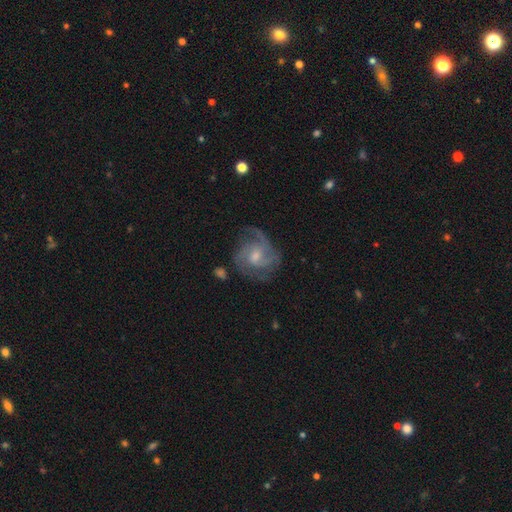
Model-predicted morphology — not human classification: Smooth or featured?
  - featured or disk: 84% *
  - smooth: 10%
  - star or artifact: 7%
Edge-on disk?
  - no: 98% *
  - yes: 2%
Bar?
  - no: 53% *
  - weak: 41%
  - strong: 6%
Spiral arms?
  - yes: 95% *
  - no: 5%
Spiral winding?
  - medium: 46% *
  - tight: 42%
  - loose: 12%
Spiral arm count?
  - 3: 42% *
  - 2: 21%
  - can't tell: 17%
  - 4: 10%
  - 1: 5%
  - more than 4: 5%
Bulge size?
  - moderate: 50% *
  - small: 42%
  - none: 4%
  - large: 3%
  - dominant: 1%
Merging?
  - none: 69% *
  - minor disturbance: 19%
  - major disturbance: 10%
  - merger: 2%